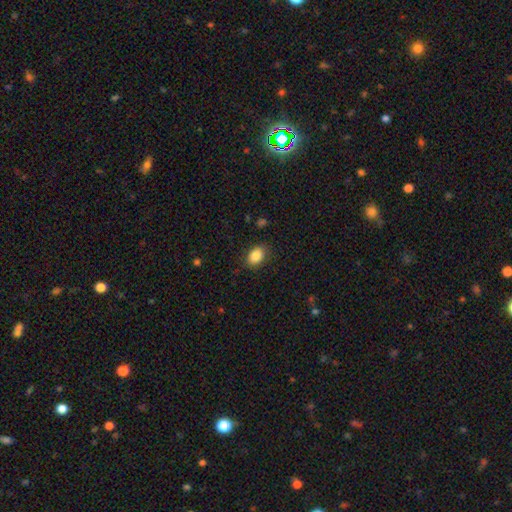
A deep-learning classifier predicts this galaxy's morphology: Overall: smooth (86%). How rounded: in between (77%). Merging: none (84%).